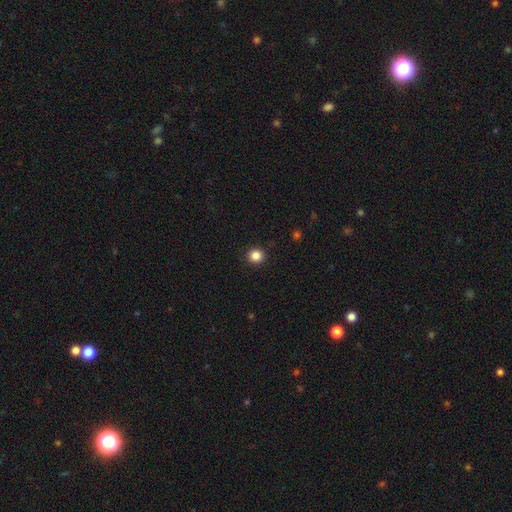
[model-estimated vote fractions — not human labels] Morphology: type=smooth (86%); roundness=round (93%); merging=none (93%).